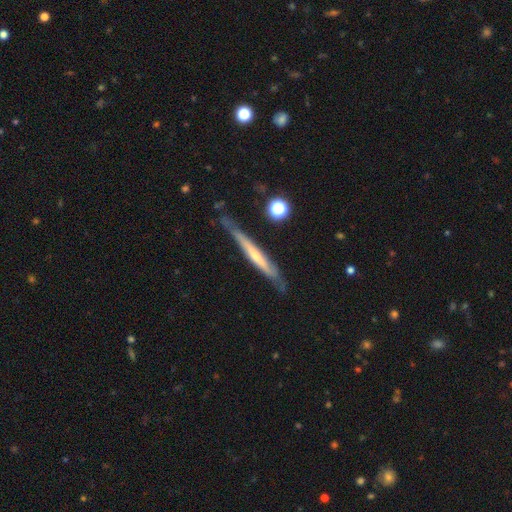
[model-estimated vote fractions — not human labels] smooth_or_featured: featured or disk (p=0.56) [alt: smooth p=0.38]
disk_edge_on: yes (p=0.92) [alt: no p=0.08]
edge_on_bulge: none (p=0.64) [alt: rounded p=0.27]
merging: none (p=0.70) [alt: minor disturbance p=0.22]